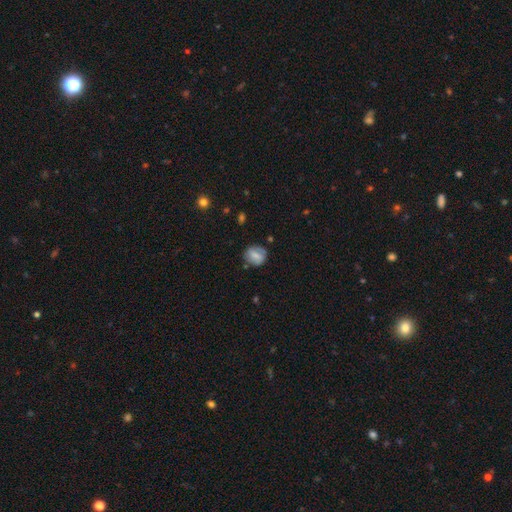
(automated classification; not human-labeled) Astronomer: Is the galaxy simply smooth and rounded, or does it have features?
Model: smooth — 65%.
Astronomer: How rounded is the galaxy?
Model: round — 68%.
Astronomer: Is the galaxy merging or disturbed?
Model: none — 74%.